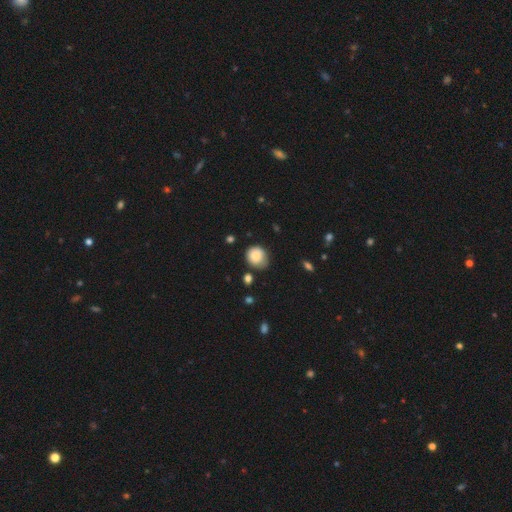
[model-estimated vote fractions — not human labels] A smooth galaxy with no disk features (83%) that is round (79%).

Vote fractions:
- Smooth or featured? smooth: 83% / star or artifact: 9% / featured or disk: 8%
- How rounded? round: 79% / in between: 20% / cigar-shaped: 1%
- Merging? none: 63% / minor disturbance: 28% / major disturbance: 5% / merger: 4%